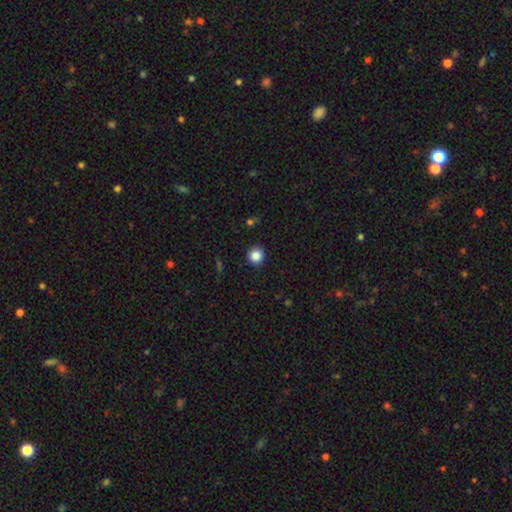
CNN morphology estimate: Smooth or featured? smooth (85%)
How rounded? round (94%)
Merging? none (92%)